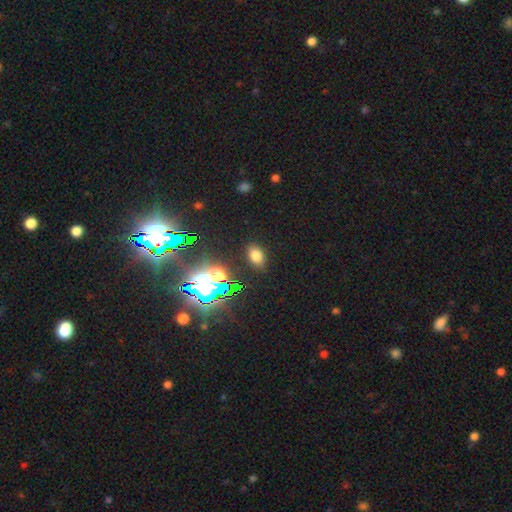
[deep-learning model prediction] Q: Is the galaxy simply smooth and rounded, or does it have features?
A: smooth — 69%.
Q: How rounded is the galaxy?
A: in between — 82%.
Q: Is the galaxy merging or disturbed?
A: none — 86%.